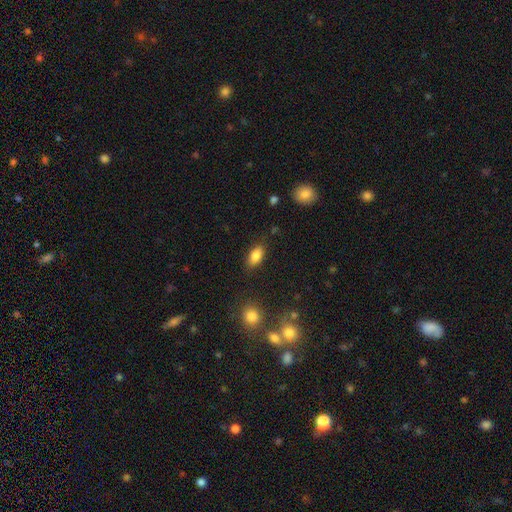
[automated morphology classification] Overall: smooth (84%). How rounded: in between (90%). Merging: none (84%).